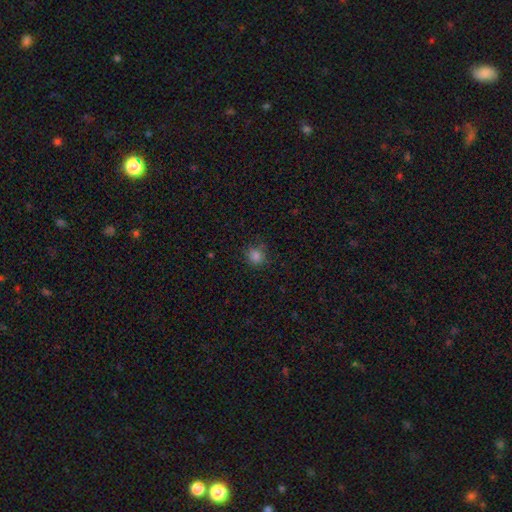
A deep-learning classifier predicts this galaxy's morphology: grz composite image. It shows a smooth galaxy with no disk features (82%) that is round (86%). Merging: none (82%).